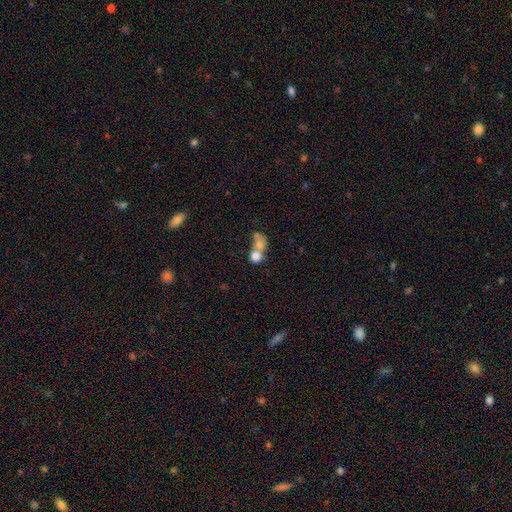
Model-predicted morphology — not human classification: smooth-or-featured: smooth: 70% | featured or disk: 20% | star or artifact: 10%
  how-rounded: round: 60% | in between: 38% | cigar-shaped: 2%
  merging: merger: 69% | none: 18% | major disturbance: 7% | minor disturbance: 6%